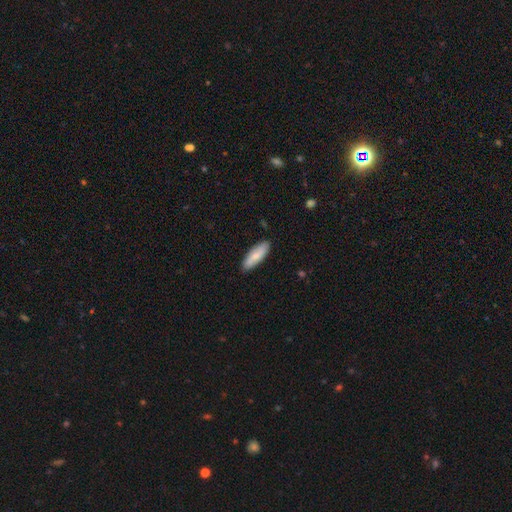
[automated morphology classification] smooth_or_featured: smooth (p=0.80) [alt: featured or disk p=0.15]
how_rounded: in between (p=0.55) [alt: cigar-shaped p=0.43]
merging: none (p=0.87) [alt: minor disturbance p=0.10]